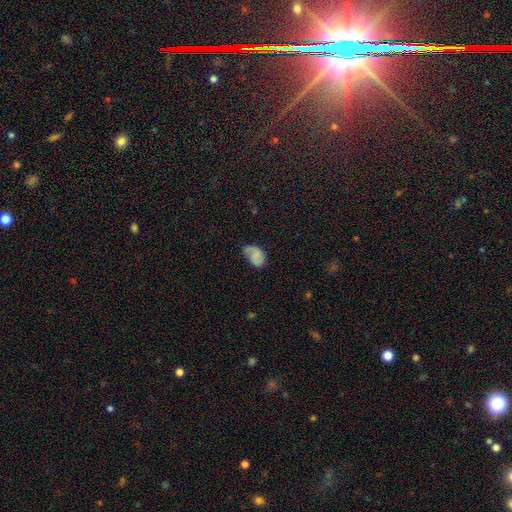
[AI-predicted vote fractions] Smooth or featured? Predicted: smooth (p=0.53). How rounded? Predicted: in between (p=0.85). Merging? Predicted: none (p=0.45).